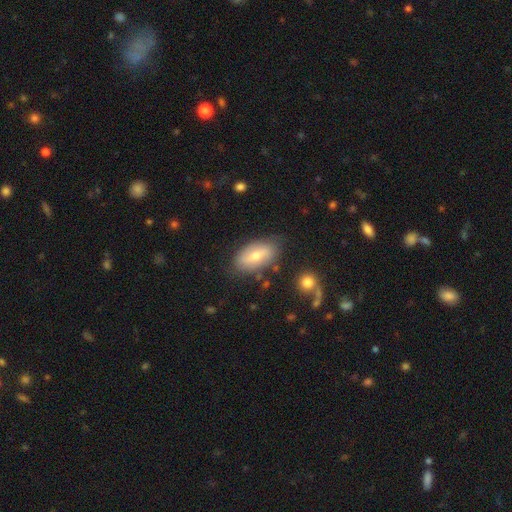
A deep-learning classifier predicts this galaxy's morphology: Overall: smooth (57%; featured or disk 36%). How rounded: in between (91%). Merging: none (76%).